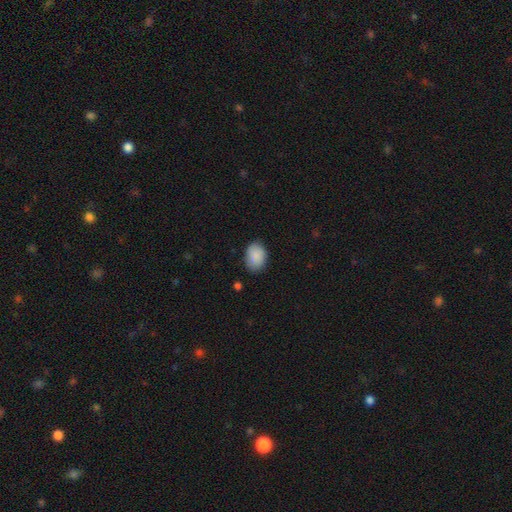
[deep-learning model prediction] smooth_or_featured: smooth (p=0.89) [alt: star or artifact p=0.06]
how_rounded: in between (p=0.77) [alt: round p=0.22]
merging: none (p=0.80) [alt: minor disturbance p=0.16]